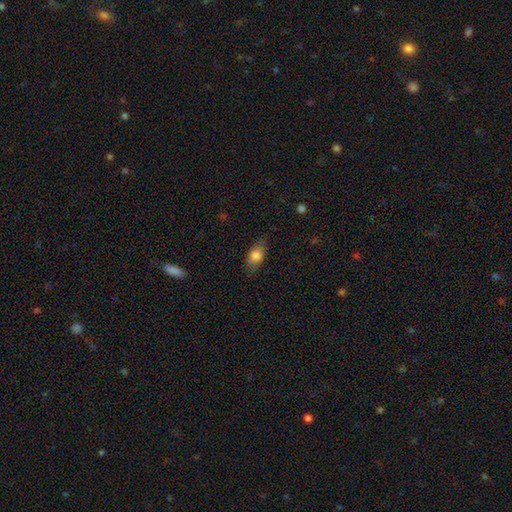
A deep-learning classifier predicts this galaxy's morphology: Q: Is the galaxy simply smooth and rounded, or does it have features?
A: smooth — 75%.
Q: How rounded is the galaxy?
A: in between — 83%.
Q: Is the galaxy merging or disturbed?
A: none — 78%.